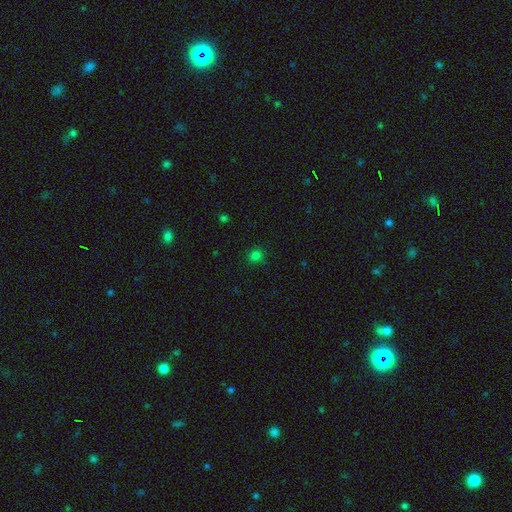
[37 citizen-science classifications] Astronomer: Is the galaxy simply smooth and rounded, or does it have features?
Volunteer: smooth — 89%.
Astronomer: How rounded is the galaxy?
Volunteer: round — 100%.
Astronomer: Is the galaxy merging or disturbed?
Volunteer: none — 91%.